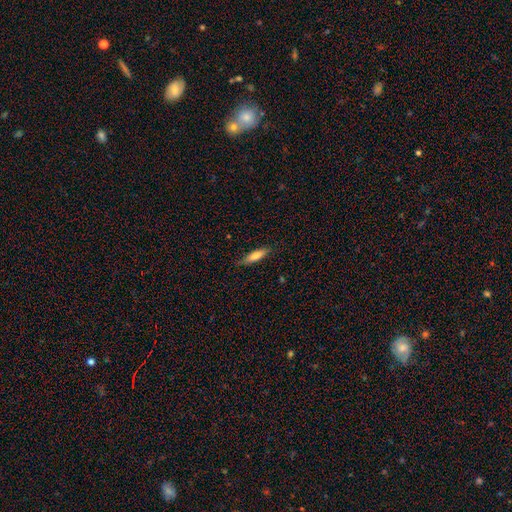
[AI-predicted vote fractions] The model was most divided on "how rounded": cigar-shaped: 67%, in between: 31%, round: 2%. More confident: merging — none (83%); smooth or featured — smooth (68%).